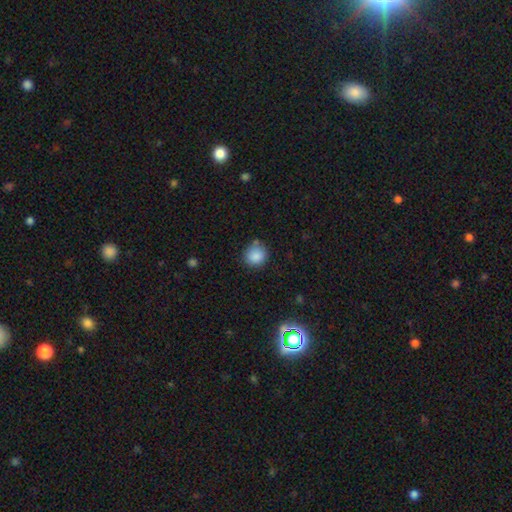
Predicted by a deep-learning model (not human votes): Smooth or featured? Predicted: smooth (p=0.86). How rounded? Predicted: round (p=0.83). Merging? Predicted: none (p=0.70).